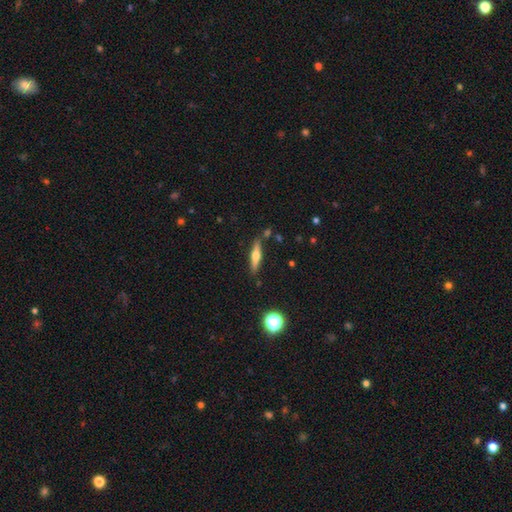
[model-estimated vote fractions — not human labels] Smooth or featured? featured or disk (56%)
Edge-on disk? yes (95%)
Edge-on bulge? rounded (90%)
Merging? none (83%)